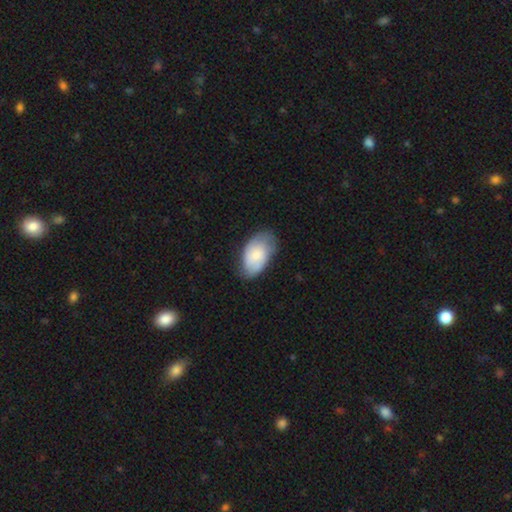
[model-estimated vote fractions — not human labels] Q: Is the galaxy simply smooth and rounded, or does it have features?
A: smooth — 64%.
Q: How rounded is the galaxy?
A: in between — 93%.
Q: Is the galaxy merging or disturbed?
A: none — 66%.